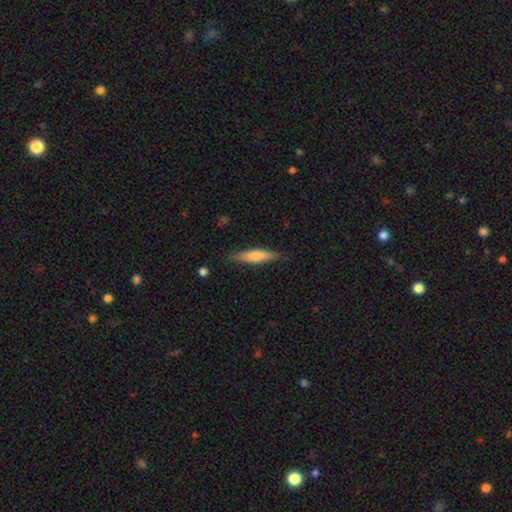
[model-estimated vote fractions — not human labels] smooth_or_featured: smooth (p=0.64) [alt: featured or disk p=0.30]
how_rounded: cigar-shaped (p=0.81) [alt: in between p=0.17]
merging: none (p=0.86) [alt: minor disturbance p=0.11]